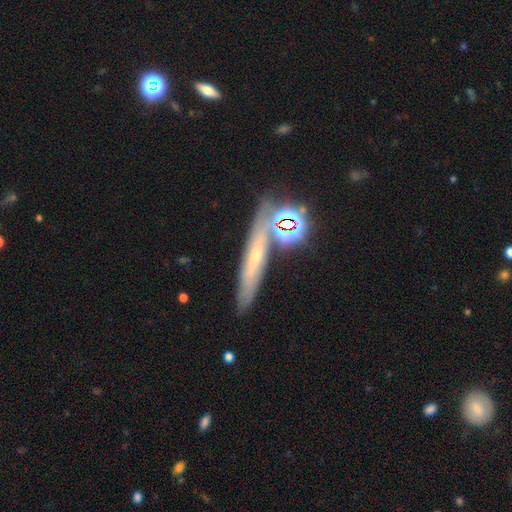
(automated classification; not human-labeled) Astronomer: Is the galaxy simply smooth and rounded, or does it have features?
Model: featured or disk — 38% (runner-up: smooth, 32%).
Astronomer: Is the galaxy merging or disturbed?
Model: none — 75%.